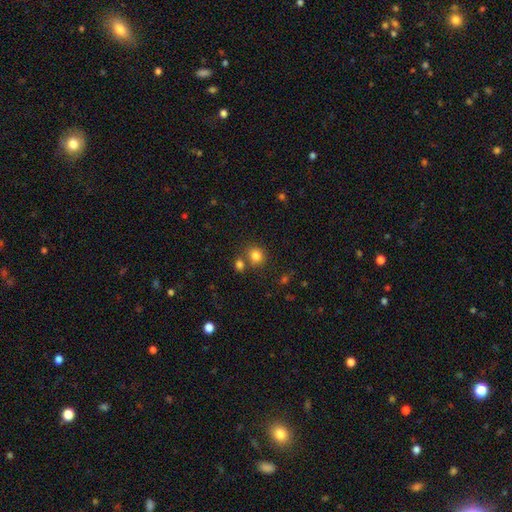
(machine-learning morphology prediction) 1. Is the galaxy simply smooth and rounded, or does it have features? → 81% smooth, 13% star or artifact, 6% featured or disk.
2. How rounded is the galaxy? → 82% round, 18% in between, 1% cigar-shaped.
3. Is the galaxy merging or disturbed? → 65% none, 22% merger, 10% minor disturbance, 4% major disturbance.